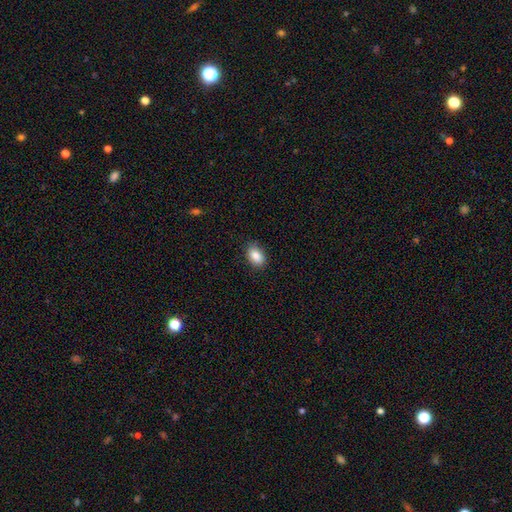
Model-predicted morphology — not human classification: Smooth or featured? Predicted: smooth (p=0.87). How rounded? Predicted: in between (p=0.88). Merging? Predicted: none (p=0.86).